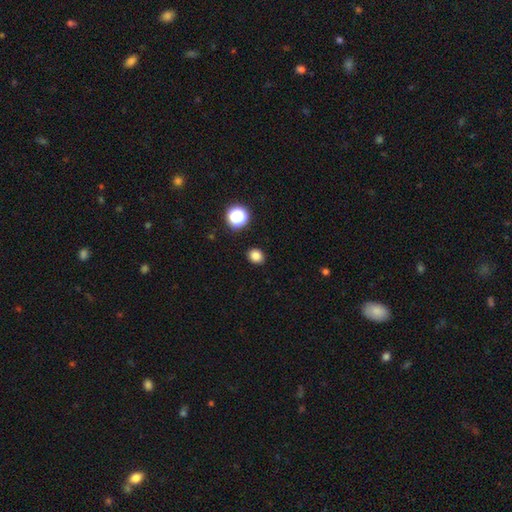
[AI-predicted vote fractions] smooth_or_featured: smooth (p=0.83) [alt: star or artifact p=0.13]
how_rounded: round (p=0.67) [alt: in between p=0.32]
merging: none (p=0.90) [alt: minor disturbance p=0.07]